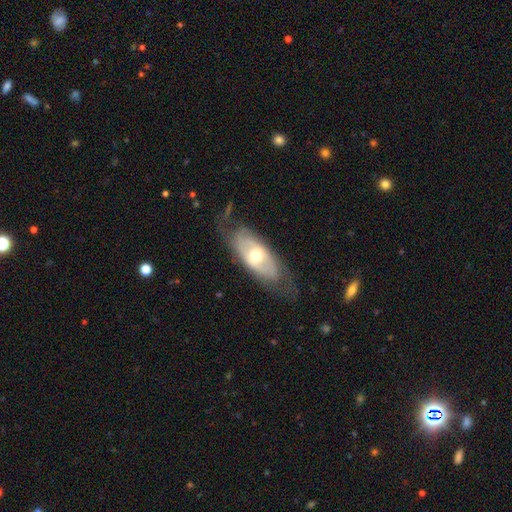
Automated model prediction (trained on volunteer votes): Smooth or featured?
  - featured or disk: 61% *
  - smooth: 33%
  - star or artifact: 6%
Edge-on disk?
  - no: 83% *
  - yes: 17%
Bar?
  - no: 71% *
  - weak: 21%
  - strong: 8%
Spiral arms?
  - no: 50% * (tied)
  - yes: 50% * (tied)
Bulge size?
  - moderate: 68% *
  - small: 22%
  - large: 7%
  - dominant: 1%
  - none: 1%
Merging?
  - none: 65% *
  - minor disturbance: 21%
  - major disturbance: 12%
  - merger: 2%